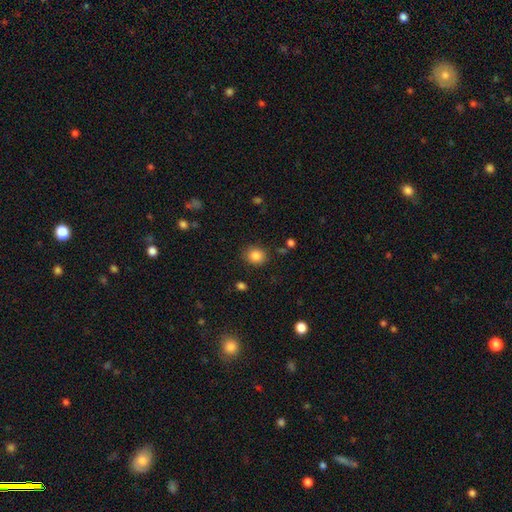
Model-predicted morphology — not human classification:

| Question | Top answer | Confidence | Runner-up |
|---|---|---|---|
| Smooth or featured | smooth | 85% | star or artifact (10%) |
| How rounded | round | 78% | in between (21%) |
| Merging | none | 86% | minor disturbance (9%) |